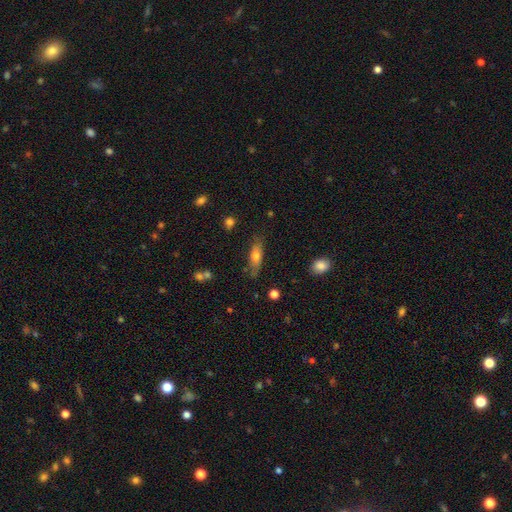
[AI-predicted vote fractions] Smooth or featured? Predicted: smooth (p=0.67). How rounded? Predicted: in between (p=0.56). Merging? Predicted: none (p=0.71).